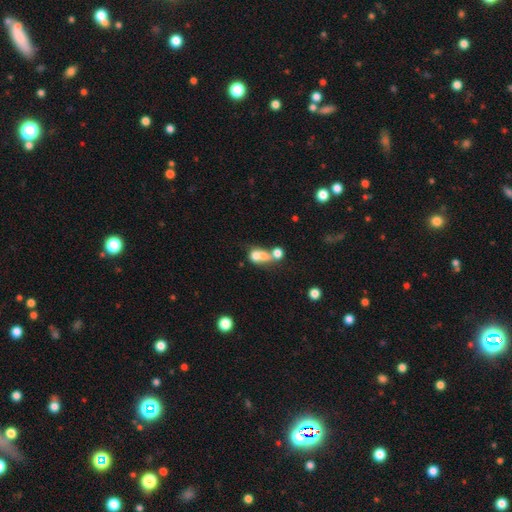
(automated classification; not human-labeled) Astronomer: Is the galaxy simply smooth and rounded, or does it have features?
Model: smooth — 63%.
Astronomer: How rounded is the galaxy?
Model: round — 56% (runner-up: in between, 41%).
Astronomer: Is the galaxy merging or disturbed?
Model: merger — 66%.